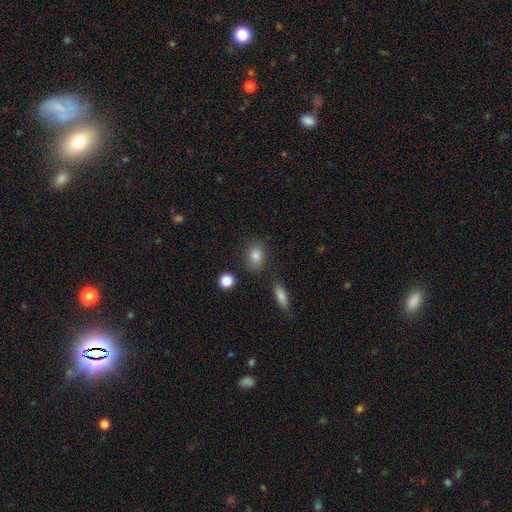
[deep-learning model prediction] Smooth or featured: smooth — 82% (star or artifact — 10%)
How rounded: in between — 71% (round — 26%)
Merging: none — 79% (minor disturbance — 13%)